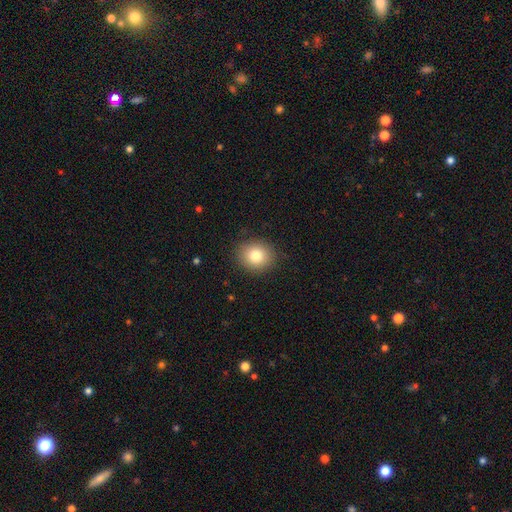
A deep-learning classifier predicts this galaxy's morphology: Smooth or featured?
  - smooth: 80% *
  - star or artifact: 11%
  - featured or disk: 9%
How rounded?
  - round: 73% *
  - in between: 26%
  - cigar-shaped: 1%
Merging?
  - none: 89% *
  - minor disturbance: 8%
  - major disturbance: 2%
  - merger: 1%